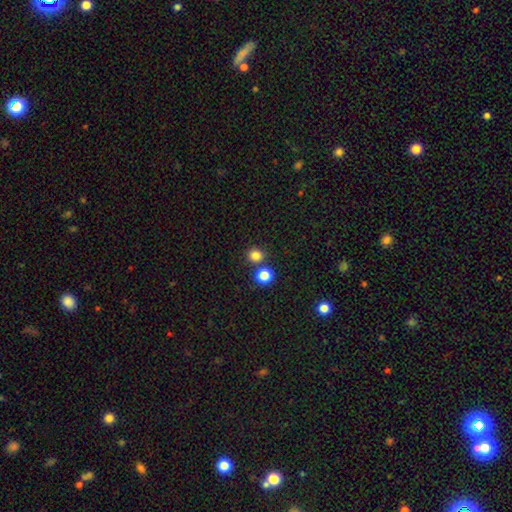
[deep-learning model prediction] Smooth or featured?
  - smooth: 81% *
  - star or artifact: 15%
  - featured or disk: 4%
How rounded?
  - round: 90% *
  - in between: 9%
  - cigar-shaped: 1%
Merging?
  - none: 77% *
  - merger: 14%
  - minor disturbance: 6%
  - major disturbance: 2%